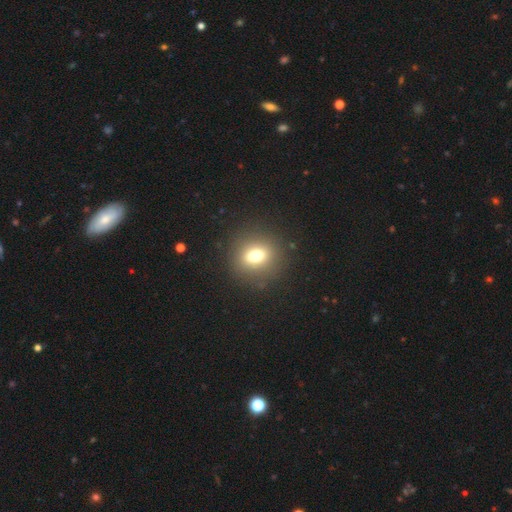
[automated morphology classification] The model was most divided on "how rounded": round: 72%, in between: 26%, cigar-shaped: 1%. More confident: merging — none (88%); smooth or featured — smooth (72%).